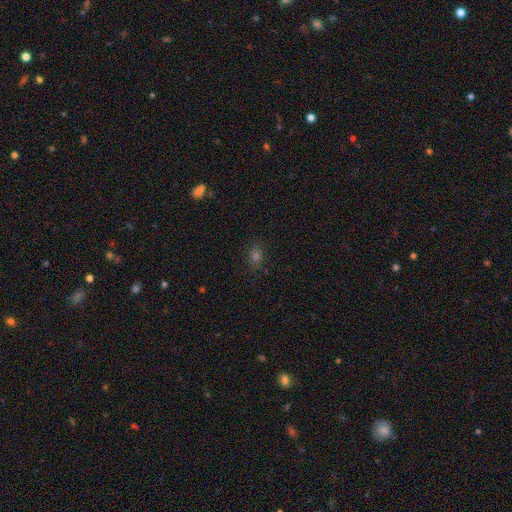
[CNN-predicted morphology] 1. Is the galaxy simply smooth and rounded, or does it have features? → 69% smooth, 24% star or artifact, 6% featured or disk.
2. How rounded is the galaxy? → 57% in between, 41% round, 2% cigar-shaped.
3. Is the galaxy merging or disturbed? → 85% none, 10% minor disturbance, 3% major disturbance, 2% merger.